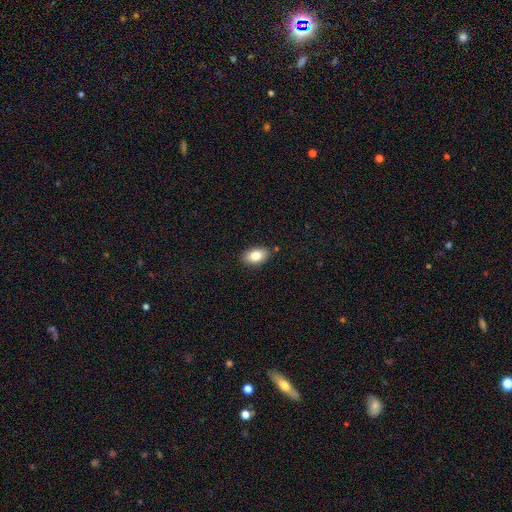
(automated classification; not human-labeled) smooth_or_featured: smooth (p=0.81) [alt: featured or disk p=0.12]
how_rounded: in between (p=0.90) [alt: round p=0.08]
merging: none (p=0.87) [alt: minor disturbance p=0.09]